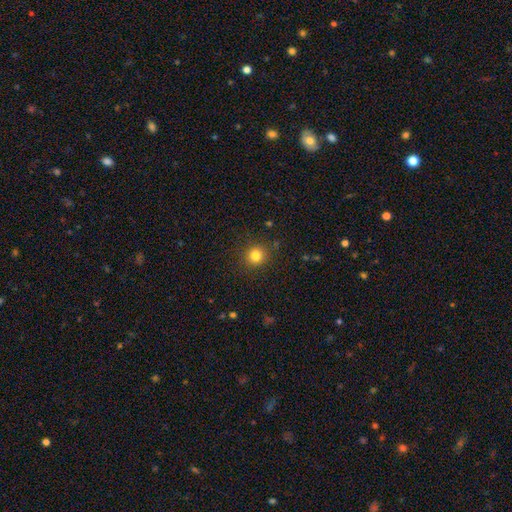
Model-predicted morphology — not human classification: This is clearly a smooth galaxy (81%). How rounded: clearly round (90%). Merging: clearly none (89%).